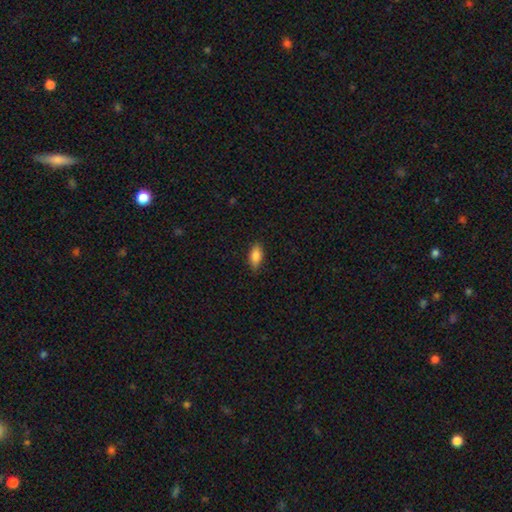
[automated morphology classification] A smooth galaxy with no disk features (82%) that is in between round and cigar-shaped (83%).

Vote fractions:
- Smooth or featured? smooth: 82% / featured or disk: 10% / star or artifact: 7%
- How rounded? in between: 83% / cigar-shaped: 14% / round: 3%
- Merging? none: 85% / minor disturbance: 12% / major disturbance: 2% / merger: 1%